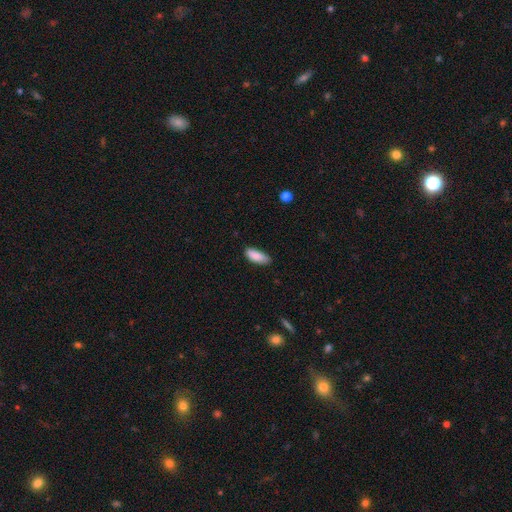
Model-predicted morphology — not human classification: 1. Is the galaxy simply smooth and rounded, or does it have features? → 88% smooth, 6% star or artifact, 5% featured or disk.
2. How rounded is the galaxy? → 80% in between, 19% cigar-shaped, 2% round.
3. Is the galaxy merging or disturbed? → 80% none, 17% minor disturbance, 3% major disturbance, 1% merger.